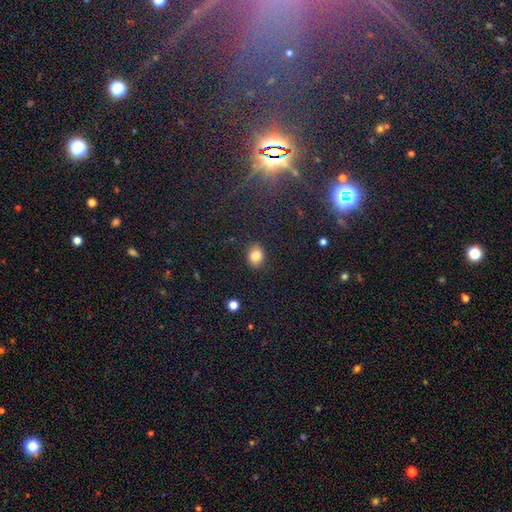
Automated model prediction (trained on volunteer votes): A smooth galaxy with no disk features (83%) that is in between round and cigar-shaped (53%).

Vote fractions:
- Smooth or featured? smooth: 83% / star or artifact: 10% / featured or disk: 7%
- How rounded? in between: 53% / round: 46% / cigar-shaped: 1%
- Merging? none: 86% / minor disturbance: 10% / major disturbance: 3% / merger: 1%